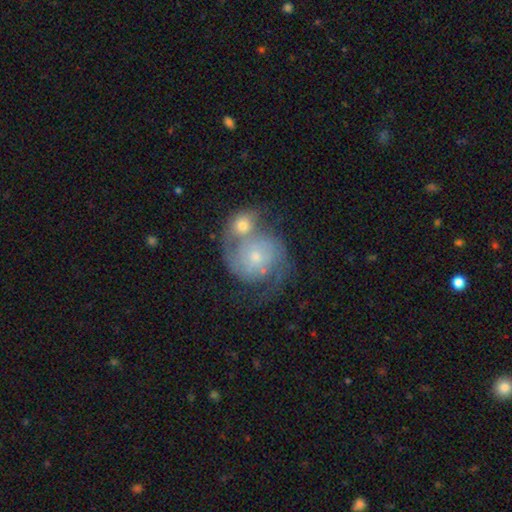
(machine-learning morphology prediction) This is likely a featured or disk galaxy (79%). It is clearly not viewed edge-on (98%). Bar: likely no (72%). Spiral arm pattern: clearly yes (94%). Spiral arm count: likely 2 (80%). Spiral winding: possibly medium (45%). Central bulge: likely small (62%). Merging: possibly merger (50%).